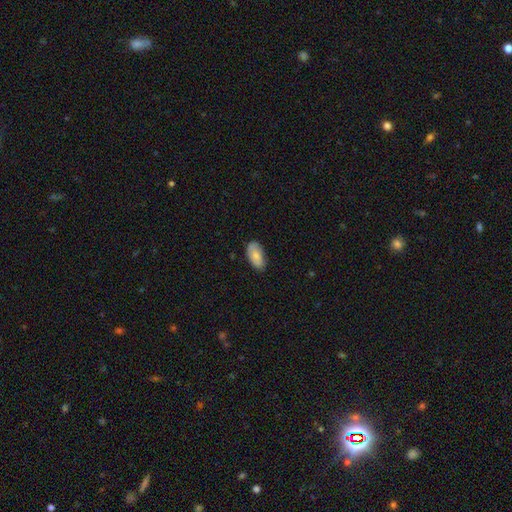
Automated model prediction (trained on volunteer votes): A smooth galaxy with no disk features (77%) that is in between round and cigar-shaped (94%). Merging: none (78%).